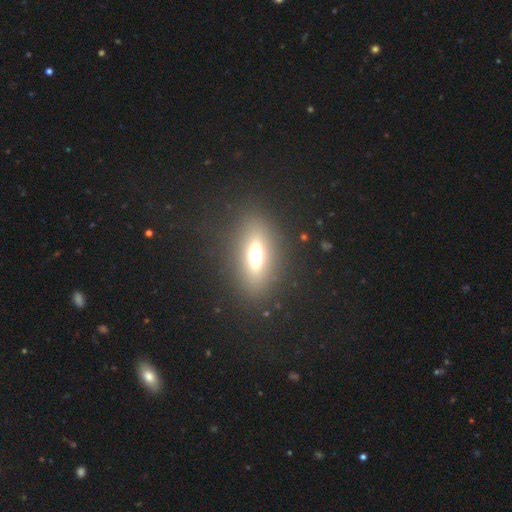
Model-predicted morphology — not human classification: The model was most divided on "smooth or featured": smooth: 48%, featured or disk: 32%, star or artifact: 20%. More confident: merging — none (85%).